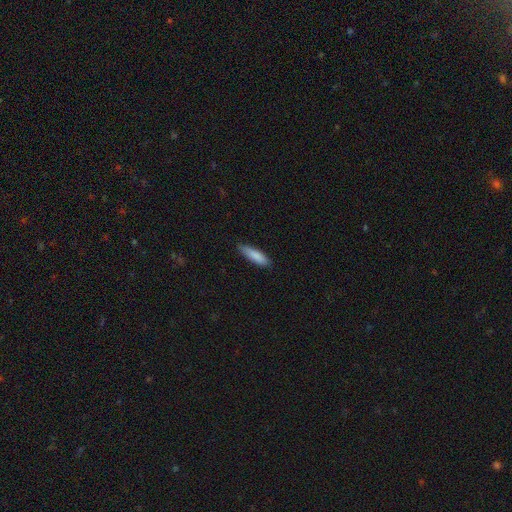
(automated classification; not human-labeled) Smooth or featured? smooth (86%)
How rounded? cigar-shaped (68%)
Merging? none (80%)